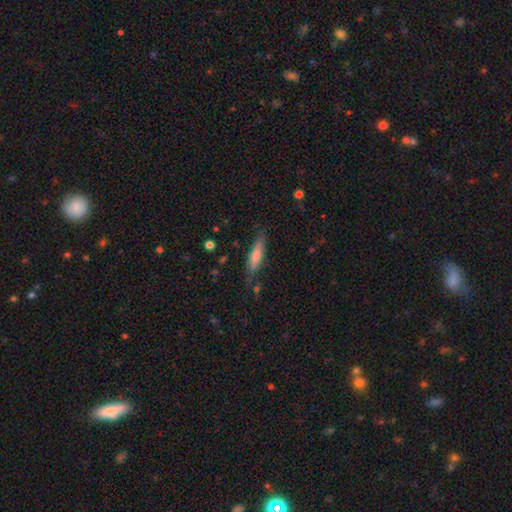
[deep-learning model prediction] Q: Smooth or featured?
A: smooth (51%); runner-up: featured or disk (42%)
Q: How rounded?
A: cigar-shaped (82%); runner-up: in between (16%)
Q: Merging?
A: none (80%); runner-up: minor disturbance (15%)